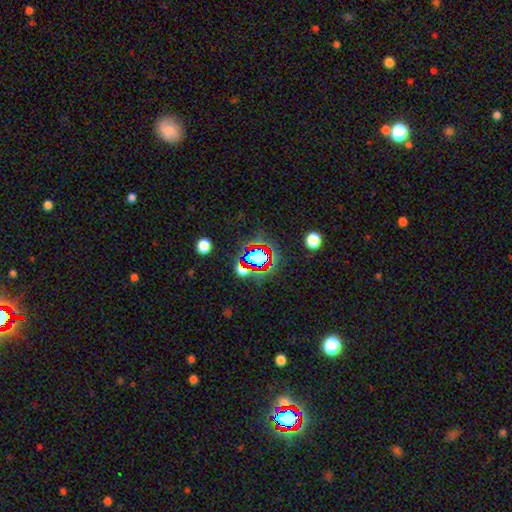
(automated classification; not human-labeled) Overall: star or artifact (58%; smooth 28%).